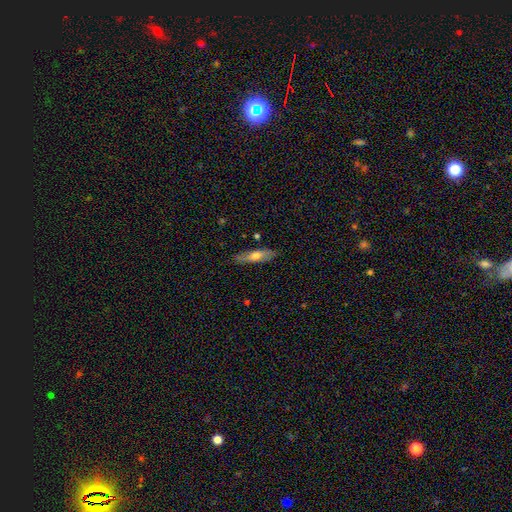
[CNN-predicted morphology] smooth 58%, featured or disk 36%, star or artifact 6%. Down the decision tree: how rounded — cigar-shaped (68%); merging — none (85%).